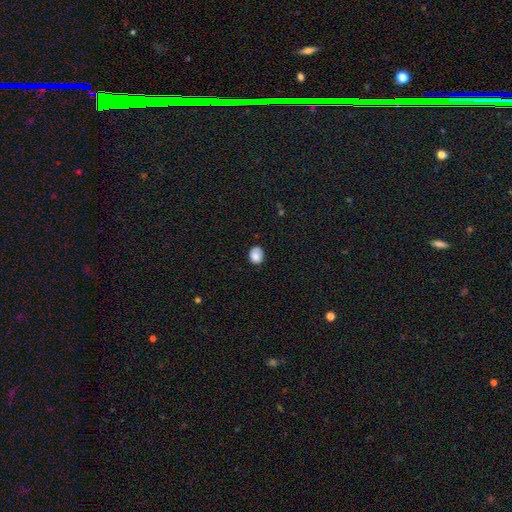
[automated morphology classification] This is clearly a smooth galaxy (84%). How rounded: possibly round (57%). Merging: likely none (75%).